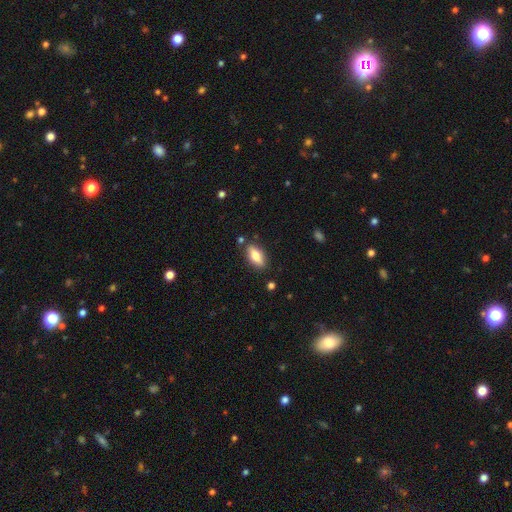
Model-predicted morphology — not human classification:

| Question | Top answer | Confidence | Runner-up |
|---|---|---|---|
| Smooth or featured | smooth | 75% | featured or disk (18%) |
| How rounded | in between | 81% | cigar-shaped (17%) |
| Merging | none | 84% | minor disturbance (11%) |